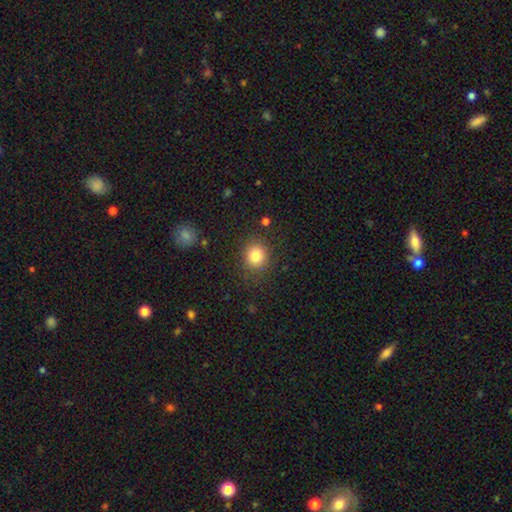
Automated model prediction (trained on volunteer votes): Smooth or featured? smooth (82%)
How rounded? round (83%)
Merging? none (85%)